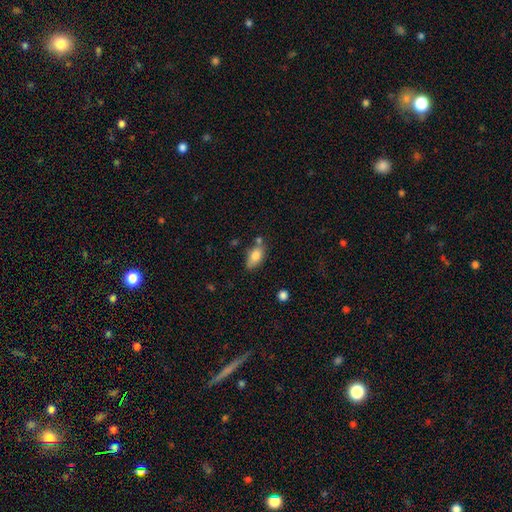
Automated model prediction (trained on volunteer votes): The model was most divided on "merging": none: 63%, minor disturbance: 20%, merger: 12%, major disturbance: 5%. More confident: how rounded — in between (87%); smooth or featured — smooth (78%).